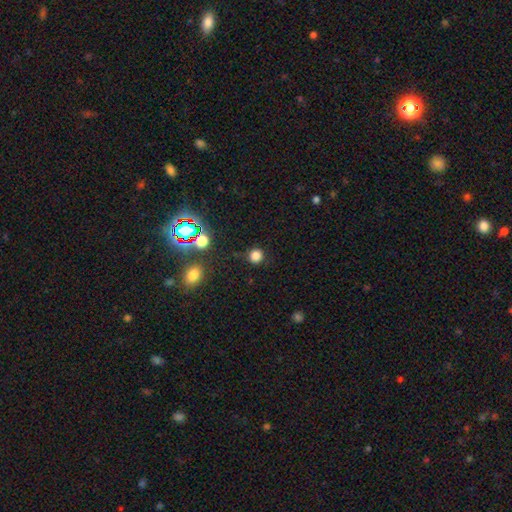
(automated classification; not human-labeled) Smooth or featured: smooth — 79% (star or artifact — 17%)
How rounded: round — 91% (in between — 8%)
Merging: none — 85% (minor disturbance — 9%)